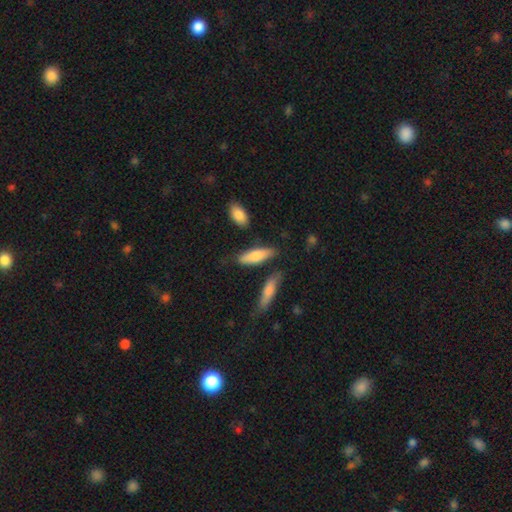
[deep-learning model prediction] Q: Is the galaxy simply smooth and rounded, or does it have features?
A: smooth — 73%.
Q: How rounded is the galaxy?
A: cigar-shaped — 54%.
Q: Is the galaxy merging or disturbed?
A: none — 74%.